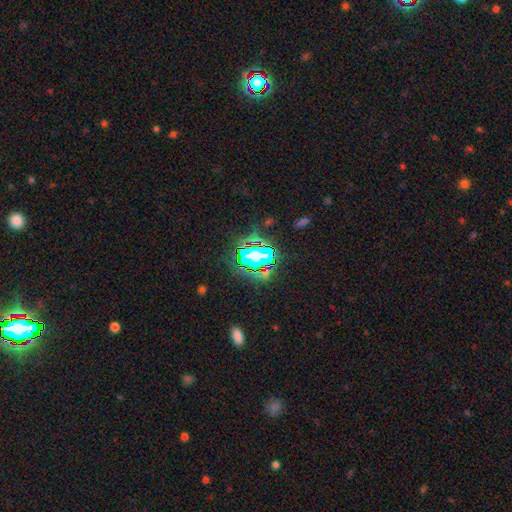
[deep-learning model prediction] Q: Smooth or featured?
A: star or artifact (65%); runner-up: smooth (23%)